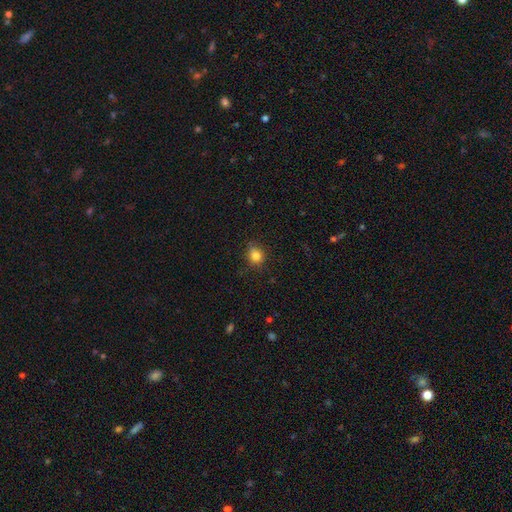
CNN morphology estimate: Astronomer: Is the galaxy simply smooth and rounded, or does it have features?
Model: smooth — 83%.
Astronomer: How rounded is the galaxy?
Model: round — 66%.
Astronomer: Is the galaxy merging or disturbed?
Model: none — 77%.